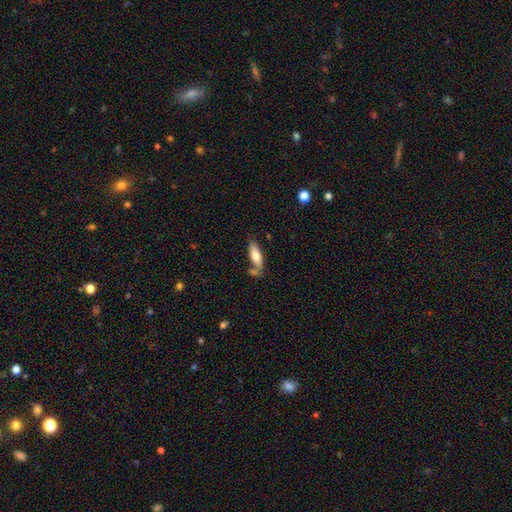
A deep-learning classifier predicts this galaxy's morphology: The model was most divided on "merging": none: 53%, merger: 23%, minor disturbance: 17%, major disturbance: 6%. More confident: smooth or featured — smooth (73%); how rounded — in between (66%).